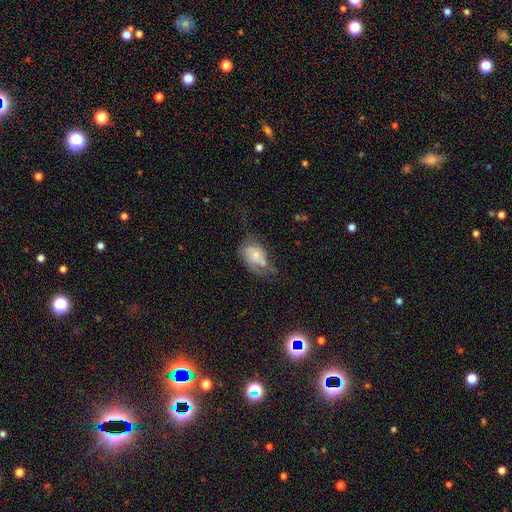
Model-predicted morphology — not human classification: Smooth or featured: smooth — 51% (featured or disk — 40%)
How rounded: in between — 80% (round — 18%)
Merging: major disturbance — 38% (minor disturbance — 27%)